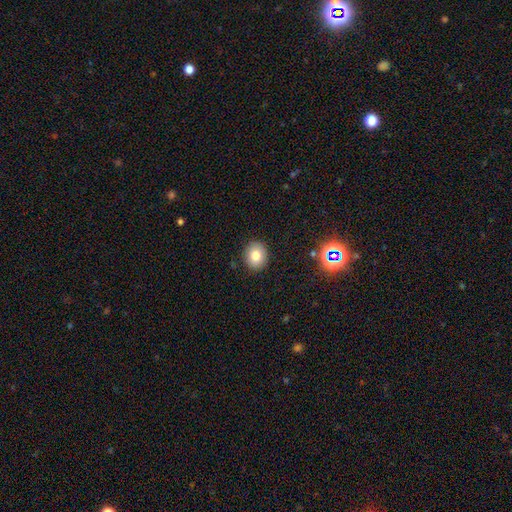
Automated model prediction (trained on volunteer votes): This appears to be a smooth galaxy with no disk features (79%) that is round (65%). Merging: none (88%).